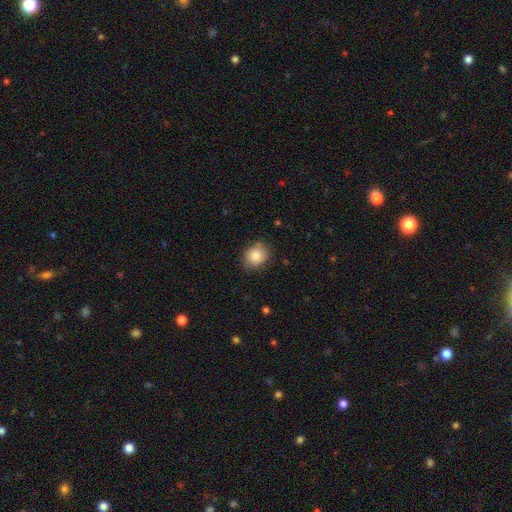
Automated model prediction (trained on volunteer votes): smooth 84%, star or artifact 9%, featured or disk 7%. Down the decision tree: how rounded — round (71%); merging — none (80%).